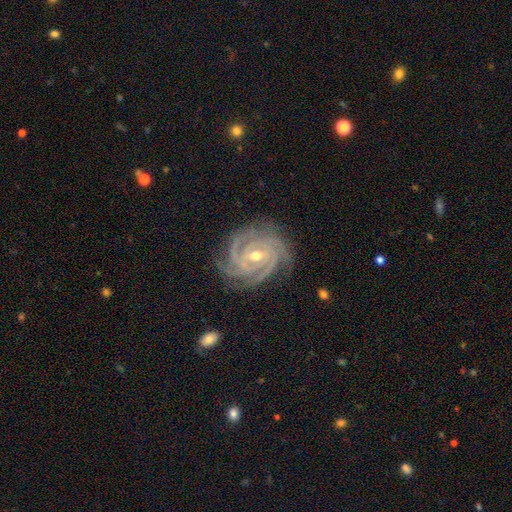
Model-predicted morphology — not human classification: Smooth or featured?
  - featured or disk: 93% *
  - star or artifact: 5%
  - smooth: 3%
Edge-on disk?
  - no: 98% *
  - yes: 2%
Bar?
  - weak: 41% *
  - no: 34%
  - strong: 25%
Spiral arms?
  - yes: 99% *
  - no: 1%
Spiral winding?
  - tight: 80% *
  - medium: 18%
  - loose: 2%
Spiral arm count?
  - 4: 40% *
  - 3: 26%
  - more than 4: 11%
  - can't tell: 9%
  - 2: 8%
  - 1: 6%
Bulge size?
  - small: 49% *
  - moderate: 48%
  - large: 1%
  - none: 1%
  - dominant: 1%
Merging?
  - none: 82% *
  - minor disturbance: 14%
  - major disturbance: 4%
  - merger: 1%